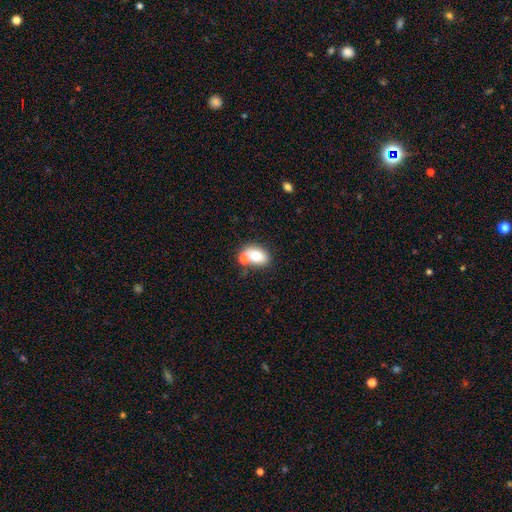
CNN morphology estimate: The model was most divided on "merging": none: 46%, merger: 35%, minor disturbance: 13%, major disturbance: 5%. More confident: how rounded — in between (76%); smooth or featured — smooth (75%).